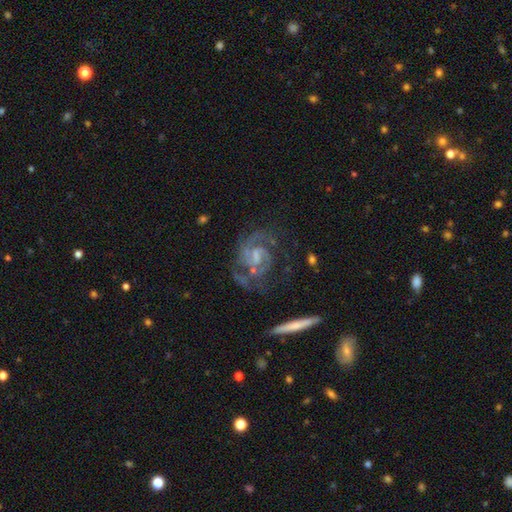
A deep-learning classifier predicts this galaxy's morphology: type=featured or disk (86%); edge-on=no (97%); bar=weak (52%); spiral arms=yes (95%); winding=medium (48%); arm count=2 (72%); bulge=small (43%); merging=none (62%).